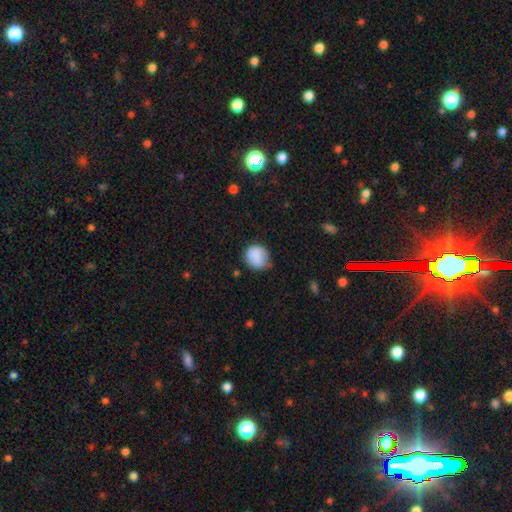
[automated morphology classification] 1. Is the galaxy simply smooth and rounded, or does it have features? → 86% smooth, 8% star or artifact, 6% featured or disk.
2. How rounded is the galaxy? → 79% round, 20% in between, 1% cigar-shaped.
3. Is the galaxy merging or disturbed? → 68% none, 25% minor disturbance, 6% major disturbance, 2% merger.